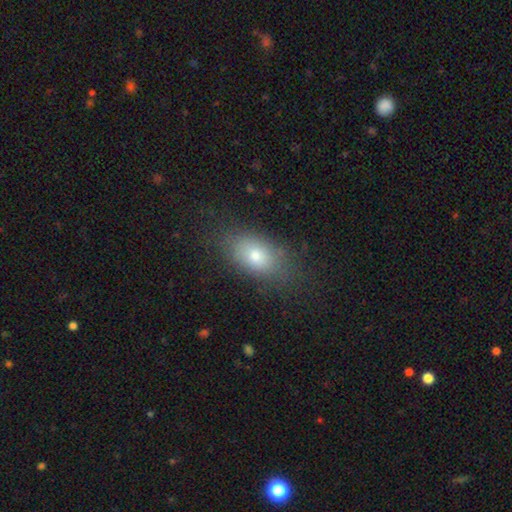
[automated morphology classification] type=smooth (75%); roundness=in between (85%); merging=none (77%).